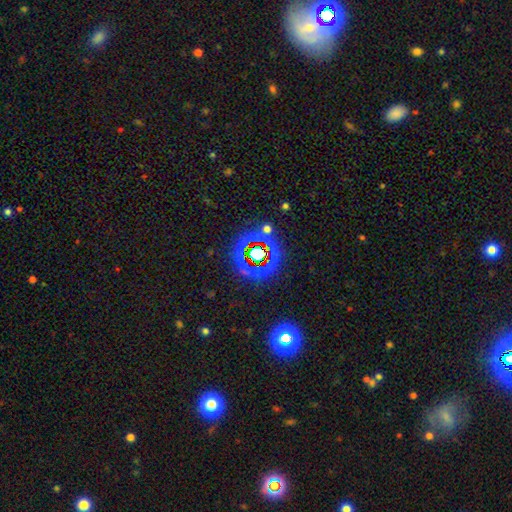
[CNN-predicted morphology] A star or artifact, not a galaxy (71%).